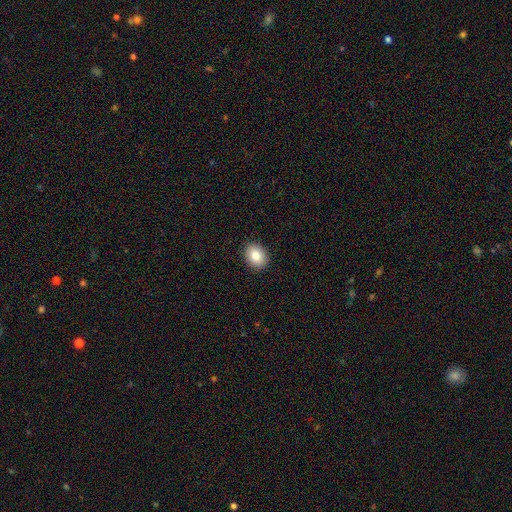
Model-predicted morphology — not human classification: smooth-or-featured: smooth: 83% | star or artifact: 9% | featured or disk: 8%
  how-rounded: in between: 54% | round: 45% | cigar-shaped: 1%
  merging: none: 90% | minor disturbance: 7% | major disturbance: 2% | merger: 1%